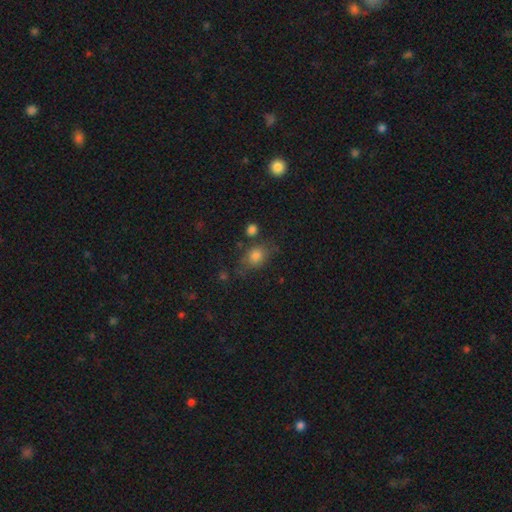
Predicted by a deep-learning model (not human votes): smooth-or-featured: smooth: 79% | star or artifact: 12% | featured or disk: 9%
  how-rounded: in between: 57% | round: 41% | cigar-shaped: 2%
  merging: none: 67% | minor disturbance: 20% | major disturbance: 7% | merger: 7%